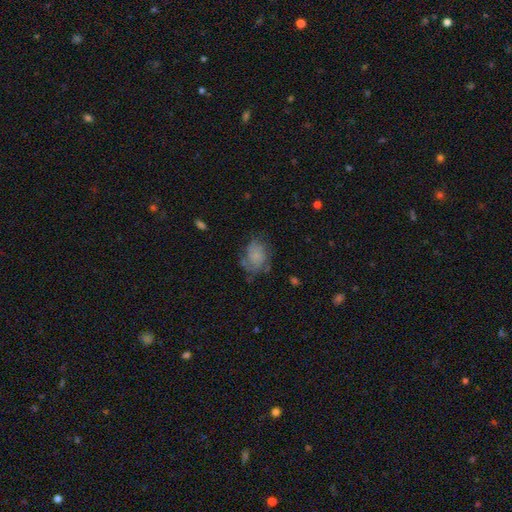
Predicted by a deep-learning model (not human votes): This appears to be a smooth galaxy with no disk features (58%) that is in between round and cigar-shaped (62%). Merging: none (48%).